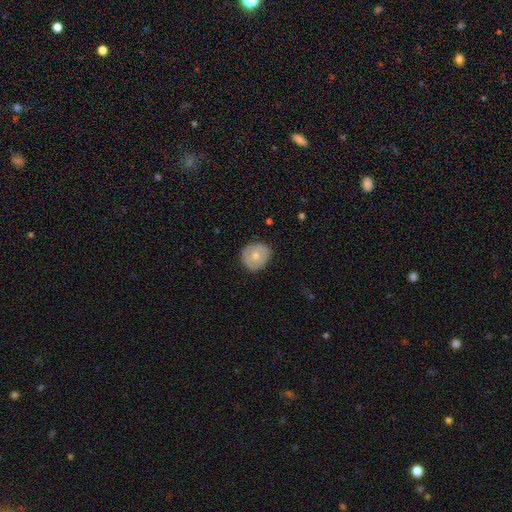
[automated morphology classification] Smooth or featured? smooth (61%)
How rounded? round (82%)
Merging? none (81%)